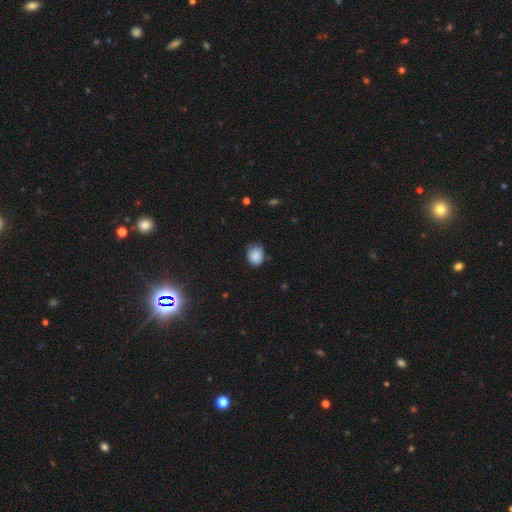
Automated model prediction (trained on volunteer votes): smooth-or-featured: smooth: 85% | star or artifact: 9% | featured or disk: 6%
  how-rounded: round: 60% | in between: 39% | cigar-shaped: 1%
  merging: none: 66% | minor disturbance: 28% | major disturbance: 5% | merger: 2%